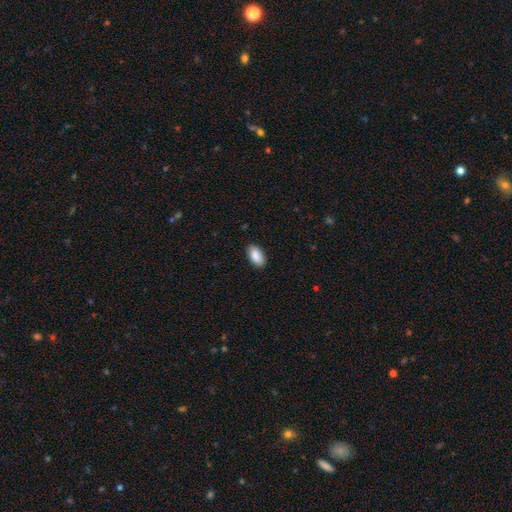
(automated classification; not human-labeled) Smooth or featured: smooth — 88% (star or artifact — 6%)
How rounded: in between — 93% (cigar-shaped — 4%)
Merging: none — 88% (minor disturbance — 9%)